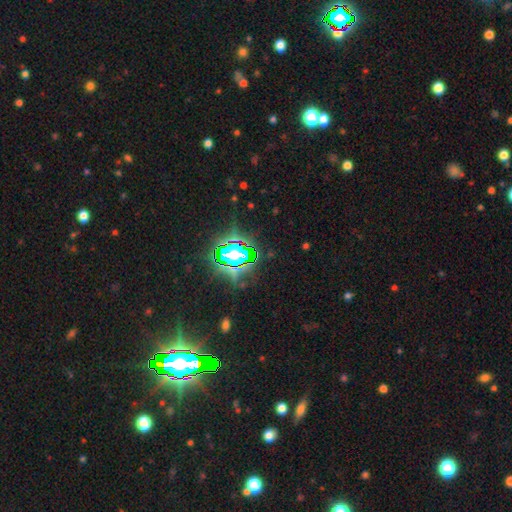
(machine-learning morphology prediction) This is clearly a star or artifact rather than a galaxy (82%).